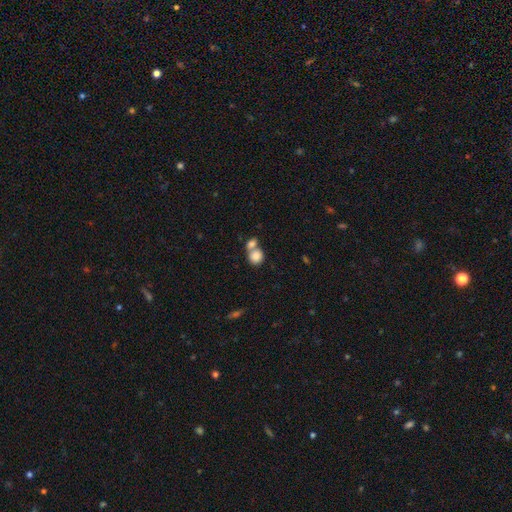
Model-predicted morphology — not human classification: Smooth or featured: smooth — 84% (featured or disk — 8%)
How rounded: round — 74% (in between — 24%)
Merging: merger — 56% (none — 33%)